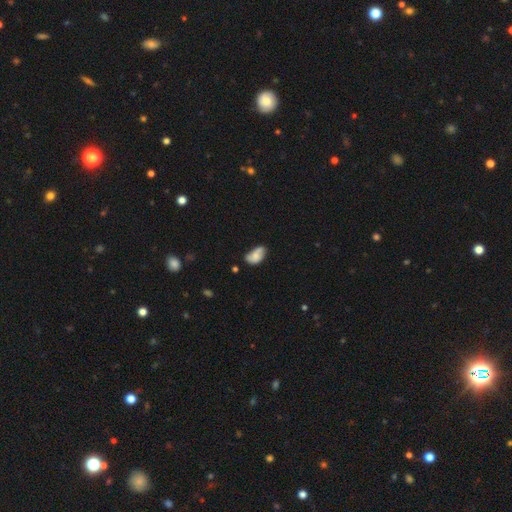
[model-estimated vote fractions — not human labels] smooth 67%, featured or disk 25%, star or artifact 8%. Down the decision tree: how rounded — in between (91%); merging — none (48%).